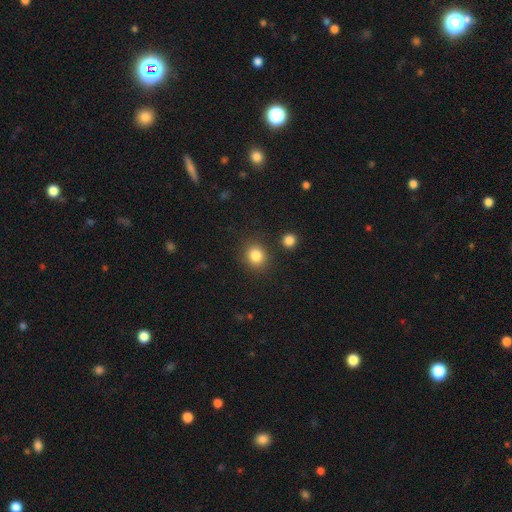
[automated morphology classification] This appears to be a smooth galaxy with no disk features (84%) that is round (80%). Merging: none (86%).